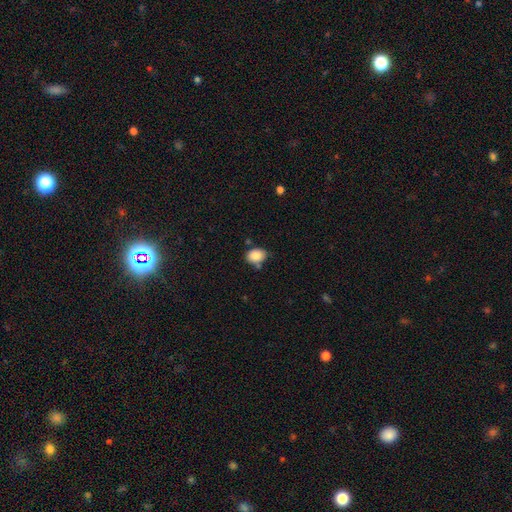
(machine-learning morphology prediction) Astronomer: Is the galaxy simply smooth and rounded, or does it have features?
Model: smooth — 87%.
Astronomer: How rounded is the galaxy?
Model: in between — 67%.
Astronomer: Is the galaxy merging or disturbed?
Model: none — 67%.